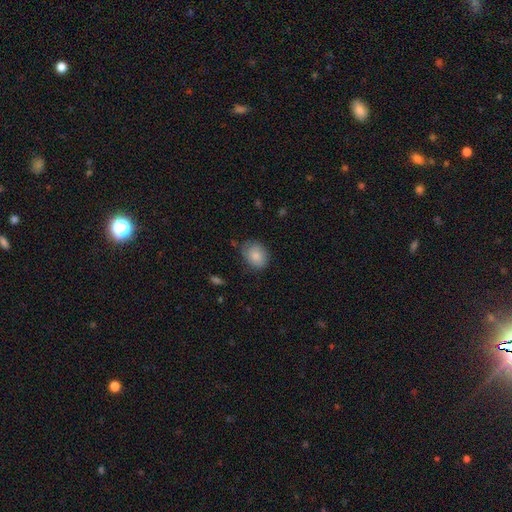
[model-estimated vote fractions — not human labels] This appears to be a smooth galaxy with no disk features (83%) that is in between round and cigar-shaped (62%). Merging: none (70%).